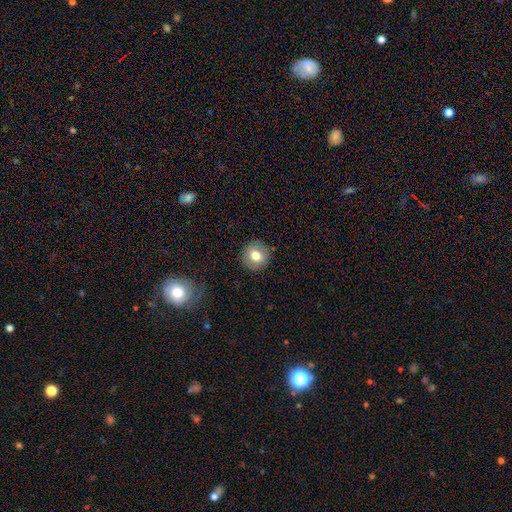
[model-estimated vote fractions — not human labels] Smooth or featured? smooth (74%)
How rounded? round (90%)
Merging? none (89%)